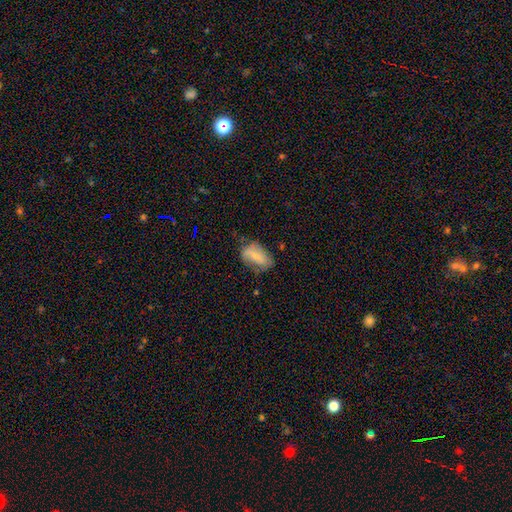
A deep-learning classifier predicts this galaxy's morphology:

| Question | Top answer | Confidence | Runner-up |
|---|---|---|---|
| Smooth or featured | smooth | 61% | featured or disk (31%) |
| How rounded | in between | 87% | round (9%) |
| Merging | none | 51% | minor disturbance (33%) |